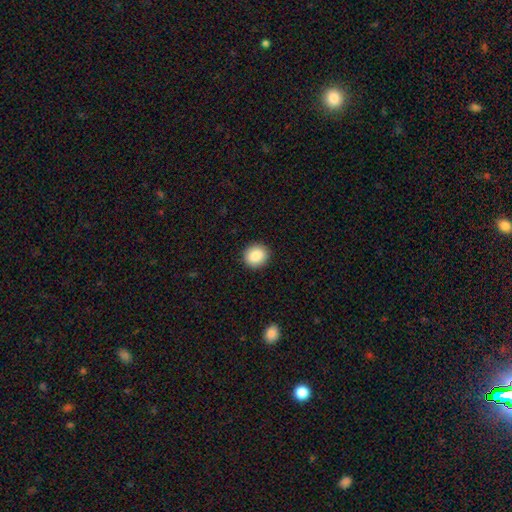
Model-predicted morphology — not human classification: smooth_or_featured: smooth (p=0.87) [alt: star or artifact p=0.08]
how_rounded: round (p=0.85) [alt: in between p=0.14]
merging: none (p=0.92) [alt: minor disturbance p=0.06]